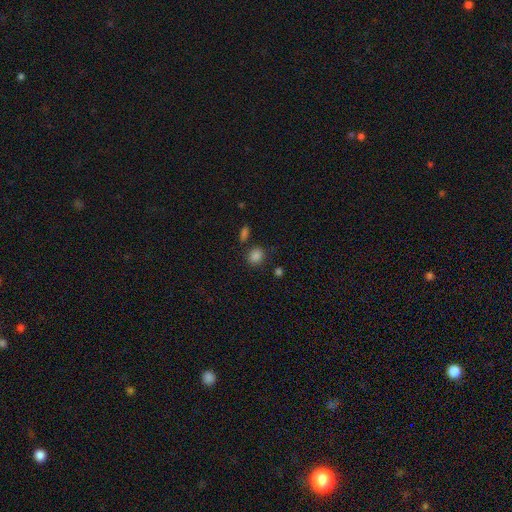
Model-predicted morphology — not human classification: Smooth or featured? smooth (84%)
How rounded? round (68%)
Merging? none (77%)